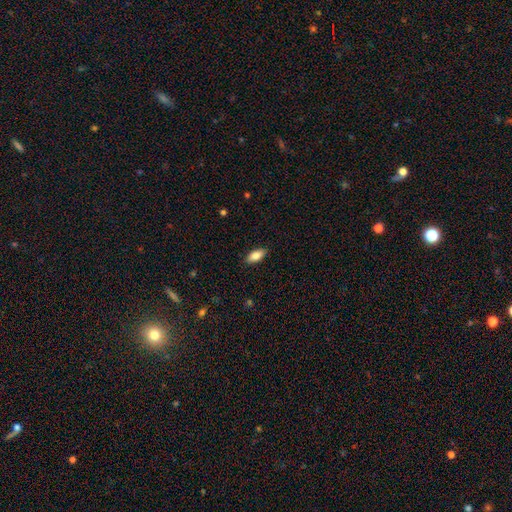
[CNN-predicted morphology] The model was most divided on "smooth or featured": smooth: 84%, featured or disk: 10%, star or artifact: 7%. More confident: merging — none (88%); how rounded — in between (87%).